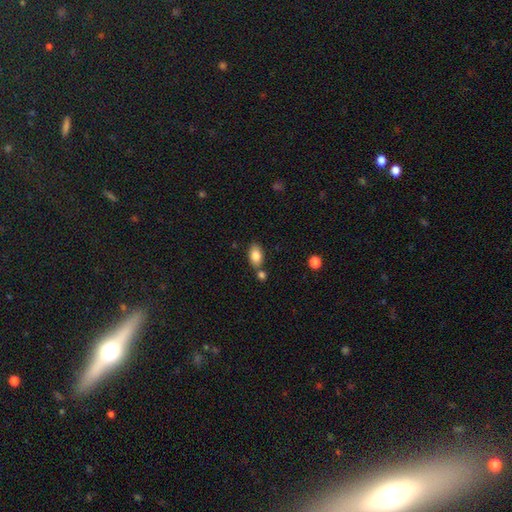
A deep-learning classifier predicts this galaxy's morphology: type=smooth (83%); roundness=in between (90%); merging=none (67%).